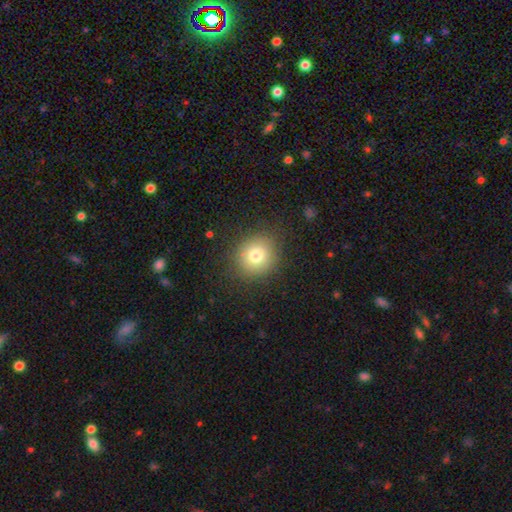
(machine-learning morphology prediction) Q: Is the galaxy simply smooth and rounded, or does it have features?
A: smooth — 75%.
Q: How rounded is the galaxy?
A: round — 86%.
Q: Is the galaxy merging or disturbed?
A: none — 85%.